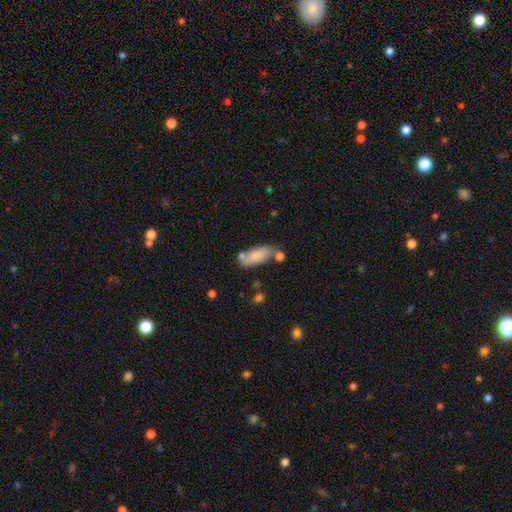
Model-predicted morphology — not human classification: Smooth or featured: smooth — 78% (featured or disk — 15%)
How rounded: in between — 78% (cigar-shaped — 20%)
Merging: none — 60% (minor disturbance — 19%)